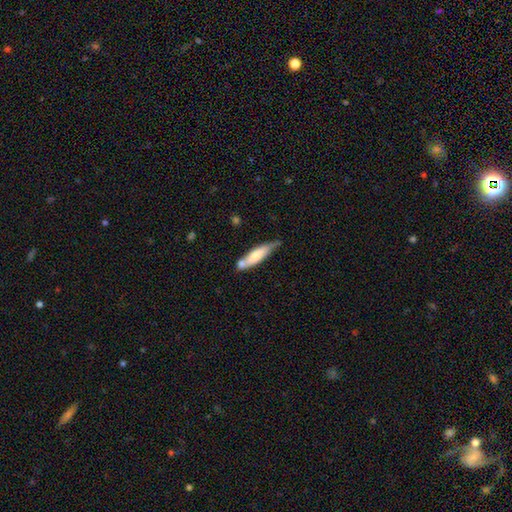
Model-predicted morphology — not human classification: Overall: smooth (68%). How rounded: cigar-shaped (71%). Merging: none (52%; minor disturbance 25%).